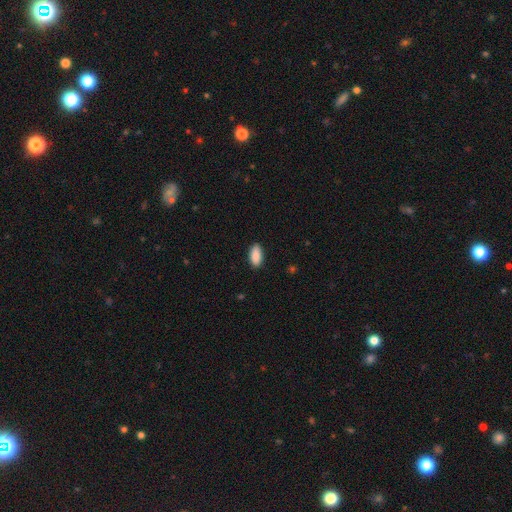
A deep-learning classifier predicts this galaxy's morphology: Q: Smooth or featured?
A: smooth (90%); runner-up: star or artifact (6%)
Q: How rounded?
A: in between (90%); runner-up: cigar-shaped (8%)
Q: Merging?
A: none (86%); runner-up: minor disturbance (11%)